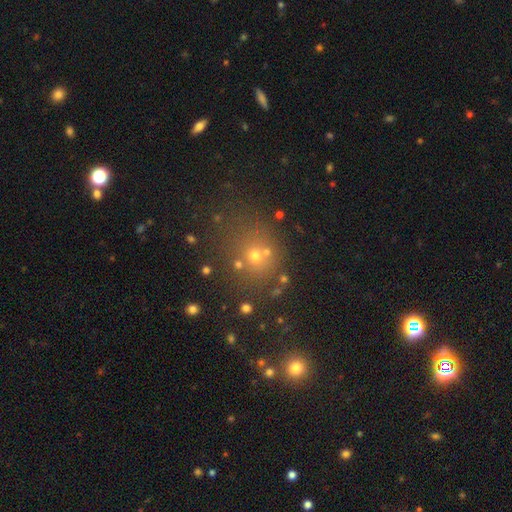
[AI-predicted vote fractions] Q: Smooth or featured?
A: smooth (58%); runner-up: star or artifact (29%)
Q: How rounded?
A: round (83%); runner-up: in between (16%)
Q: Merging?
A: none (68%); runner-up: merger (16%)